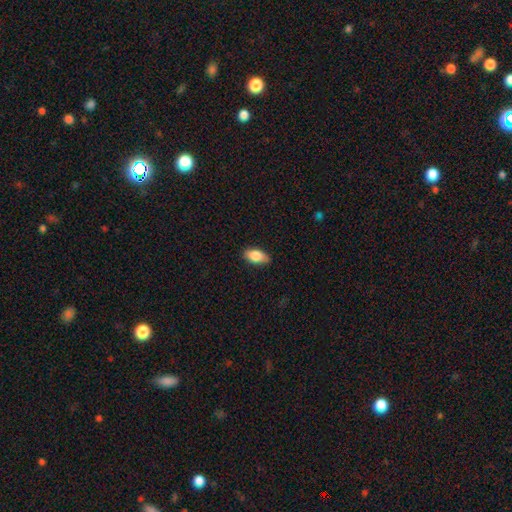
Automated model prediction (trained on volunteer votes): smooth_or_featured: smooth (p=0.84) [alt: featured or disk p=0.10]
how_rounded: in between (p=0.91) [alt: cigar-shaped p=0.06]
merging: none (p=0.87) [alt: minor disturbance p=0.10]